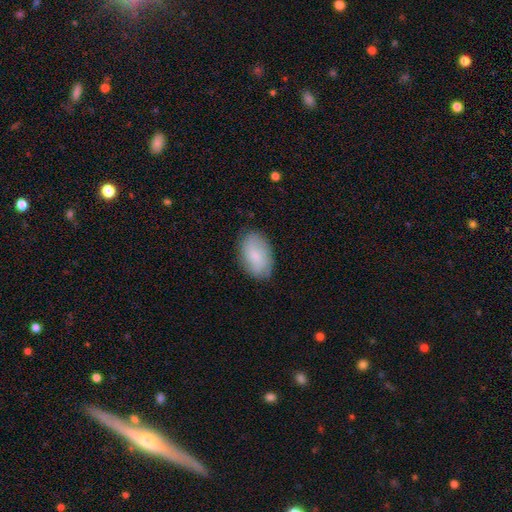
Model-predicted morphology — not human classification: A smooth galaxy with no disk features (75%) that is in between round and cigar-shaped (92%). Merging: none (82%).